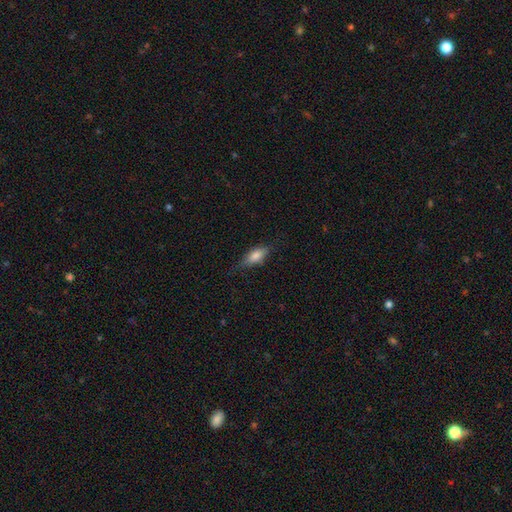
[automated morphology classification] smooth_or_featured: smooth (p=0.73) [alt: featured or disk p=0.20]
how_rounded: in between (p=0.72) [alt: cigar-shaped p=0.25]
merging: none (p=0.68) [alt: minor disturbance p=0.24]